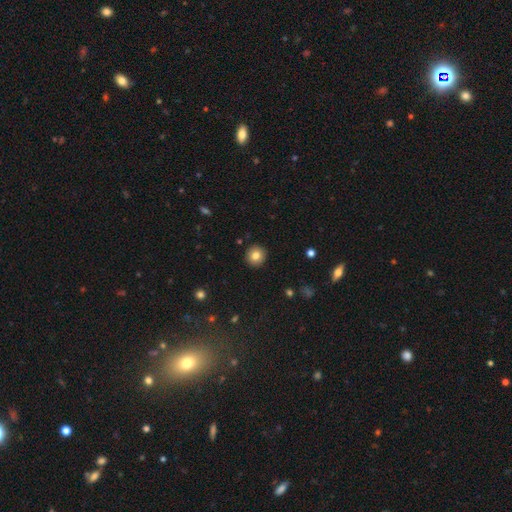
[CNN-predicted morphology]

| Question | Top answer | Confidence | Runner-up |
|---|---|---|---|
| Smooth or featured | smooth | 81% | star or artifact (10%) |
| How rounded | round | 94% | in between (5%) |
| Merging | none | 92% | minor disturbance (5%) |